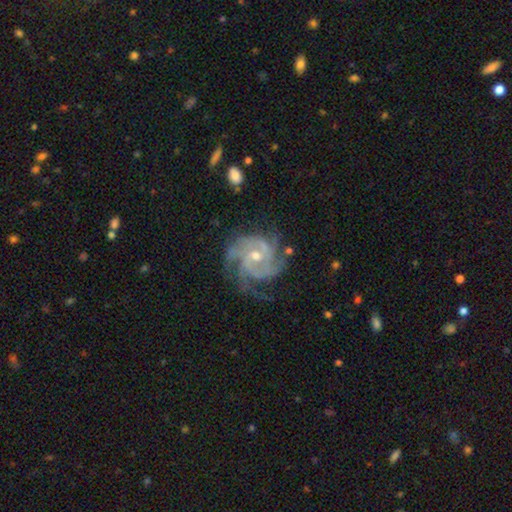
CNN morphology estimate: A featured or disk galaxy (91%) with no bar (62%), 3 (39%) tight (58%) spiral arms (98%) and a moderate central bulge (49%). Merging: none (70%).